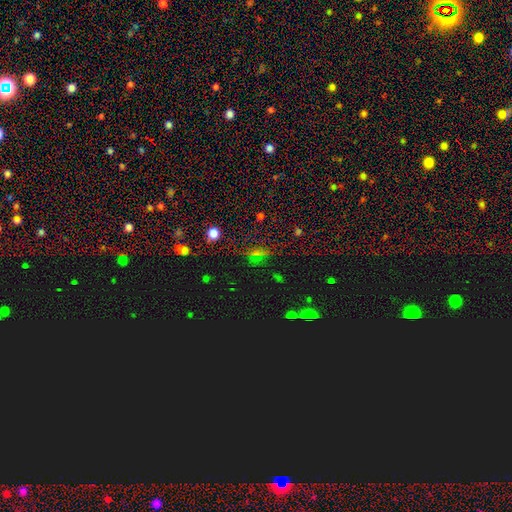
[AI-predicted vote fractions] smooth-or-featured: star or artifact: 57% | smooth: 29% | featured or disk: 14%